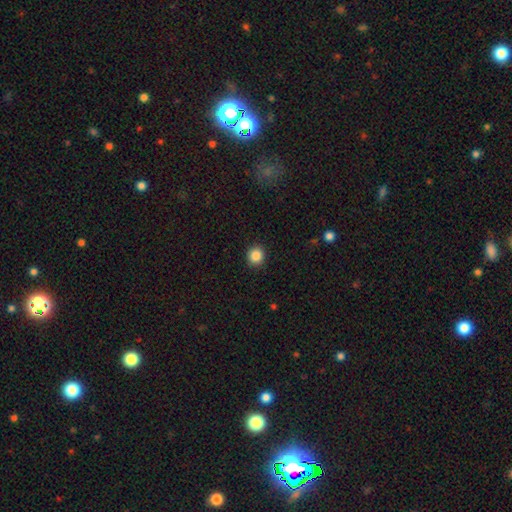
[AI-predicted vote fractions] This appears to be a smooth galaxy with no disk features (86%) that is round (89%). Merging: none (92%).